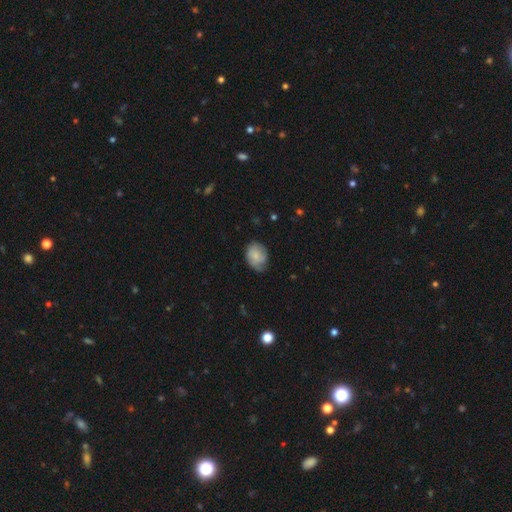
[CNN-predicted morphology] This appears to be a smooth galaxy with no disk features (68%) that is in between round and cigar-shaped (58%). Merging: none (53%).